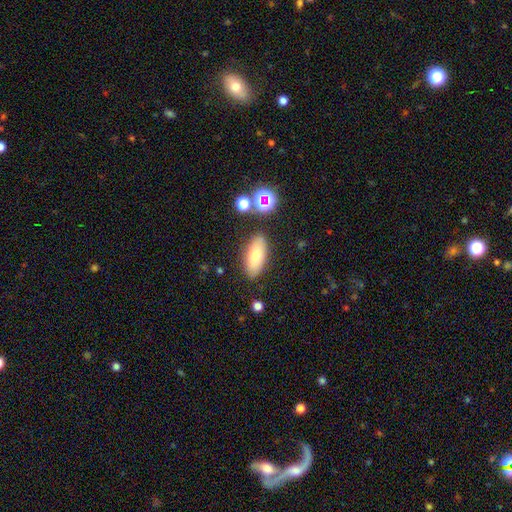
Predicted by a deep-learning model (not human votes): Smooth or featured? Predicted: smooth (p=0.75). How rounded? Predicted: in between (p=0.82). Merging? Predicted: none (p=0.82).